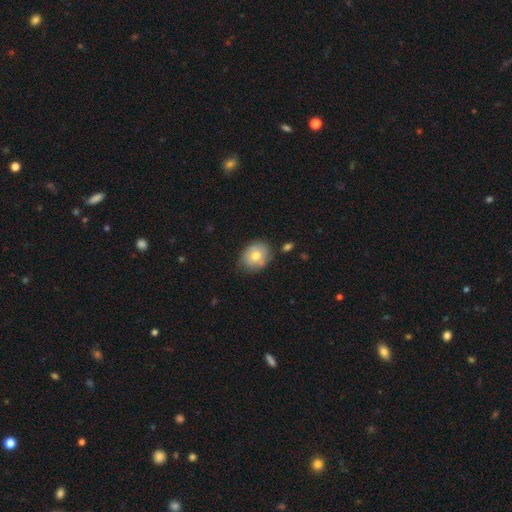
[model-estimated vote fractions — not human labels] The model was most divided on "how rounded": round: 53%, in between: 46%, cigar-shaped: 1%. More confident: merging — none (70%); smooth or featured — smooth (70%).